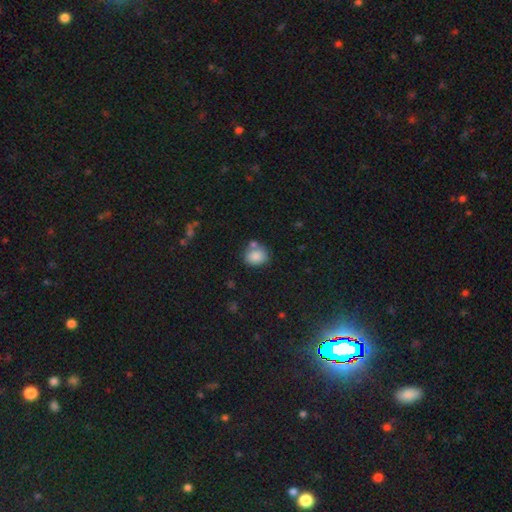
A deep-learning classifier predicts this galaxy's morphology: smooth_or_featured: smooth (p=0.85) [alt: star or artifact p=0.09]
how_rounded: round (p=0.61) [alt: in between p=0.38]
merging: none (p=0.60) [alt: merger p=0.20]